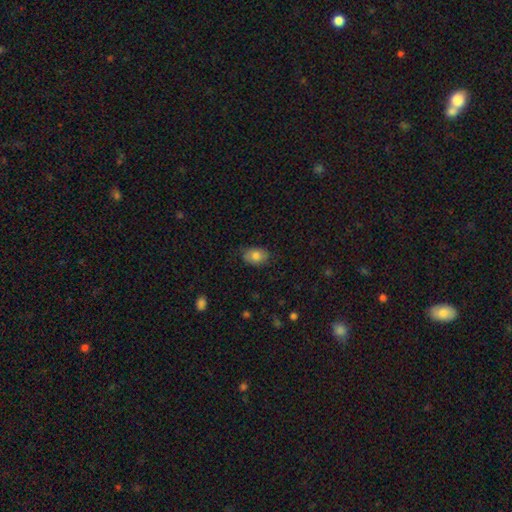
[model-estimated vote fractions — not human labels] A smooth galaxy with no disk features (81%) that is in between round and cigar-shaped (84%). Merging: none (78%).